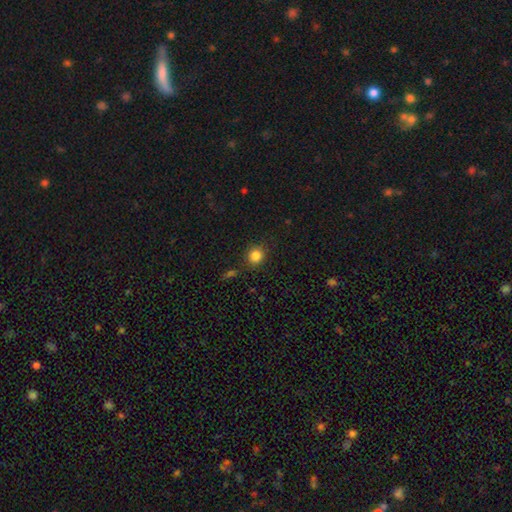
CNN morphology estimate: smooth 84%, star or artifact 11%, featured or disk 5%. Down the decision tree: how rounded — round (84%); merging — none (85%).